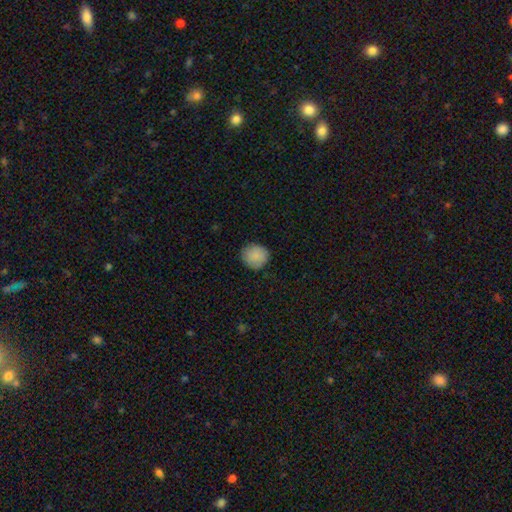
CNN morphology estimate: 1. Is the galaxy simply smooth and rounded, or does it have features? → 87% smooth, 7% star or artifact, 5% featured or disk.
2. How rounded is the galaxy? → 85% round, 14% in between, 1% cigar-shaped.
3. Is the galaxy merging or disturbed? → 86% none, 11% minor disturbance, 2% major disturbance, 1% merger.